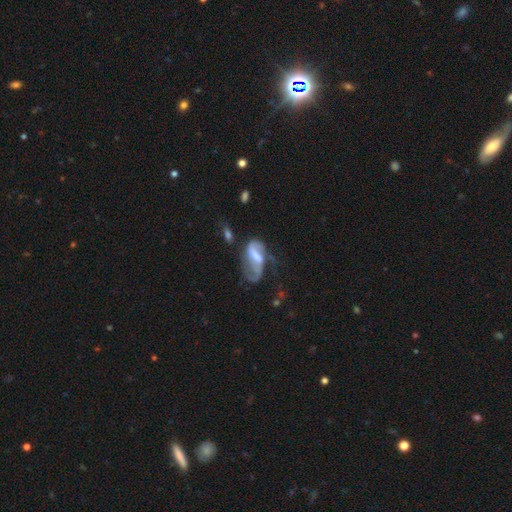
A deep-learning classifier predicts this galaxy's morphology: A featured or disk galaxy (64%) with a weak bar (42%), spiral arms (74%) and a moderate central bulge (32%).

Vote fractions:
- Smooth or featured? featured or disk: 64% / smooth: 27% / star or artifact: 8%
- Edge-on disk? no: 95% / yes: 5%
- Bar? weak: 42% / strong: 35% / no: 23%
- Spiral arms? yes: 74% / no: 26%
- Bulge size? moderate: 32% / none: 27% / small: 25% / large: 14% / dominant: 2%
- Merging? major disturbance: 42% / none: 27% / minor disturbance: 22% / merger: 9%